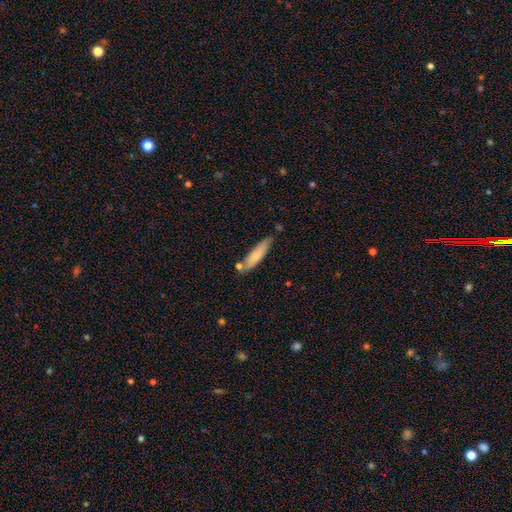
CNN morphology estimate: Smooth or featured? smooth (75%)
How rounded? cigar-shaped (78%)
Merging? none (70%)